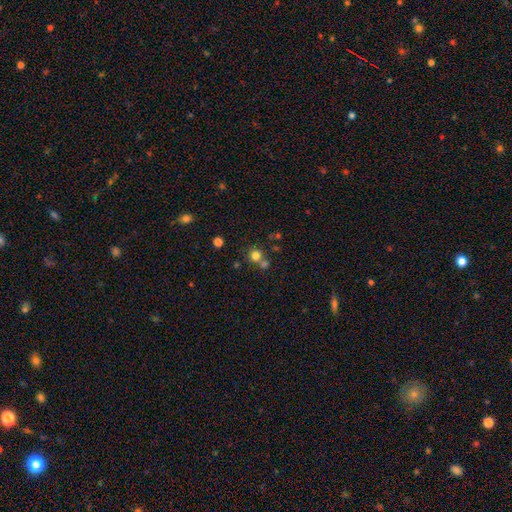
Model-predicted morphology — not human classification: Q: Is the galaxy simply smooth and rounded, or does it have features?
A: smooth — 76%.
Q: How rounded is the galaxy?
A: round — 89%.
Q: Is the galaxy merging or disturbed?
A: none — 57%.